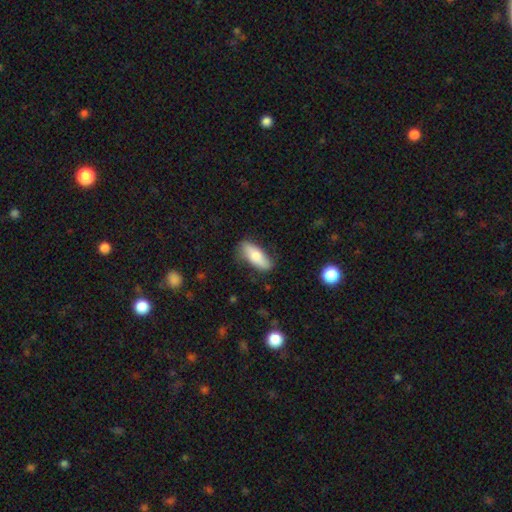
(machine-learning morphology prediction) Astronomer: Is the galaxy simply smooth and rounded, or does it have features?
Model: smooth — 72%.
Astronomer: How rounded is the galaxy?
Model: in between — 68%.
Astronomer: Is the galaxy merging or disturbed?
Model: none — 79%.